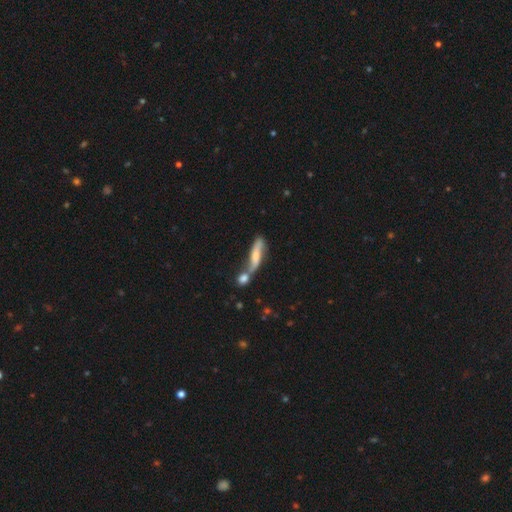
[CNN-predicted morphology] A smooth galaxy with no disk features (53%) that is cigar-shaped (71%). Merging: merger (46%).